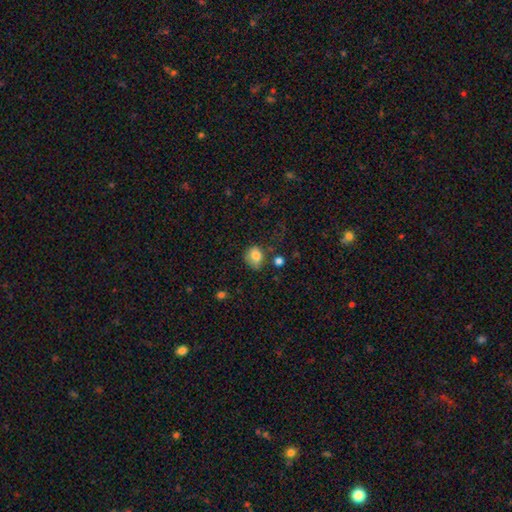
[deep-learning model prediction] Smooth or featured?
  - smooth: 81% *
  - star or artifact: 10%
  - featured or disk: 9%
How rounded?
  - round: 57% *
  - in between: 42%
  - cigar-shaped: 1%
Merging?
  - none: 51% *
  - minor disturbance: 32%
  - major disturbance: 11%
  - merger: 6%